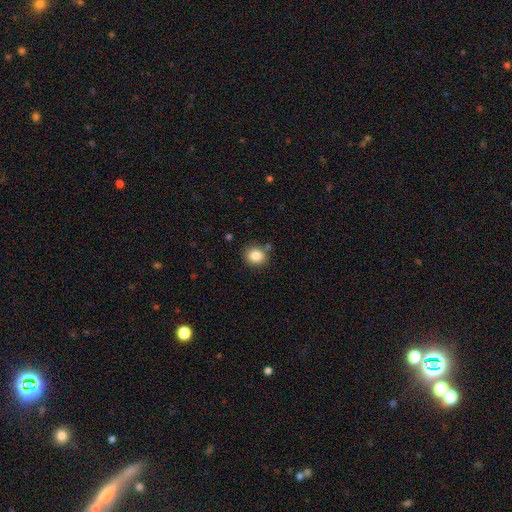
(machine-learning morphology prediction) A smooth galaxy with no disk features (84%) that is round (74%).

Vote fractions:
- Smooth or featured? smooth: 84% / star or artifact: 10% / featured or disk: 6%
- How rounded? round: 74% / in between: 26% / cigar-shaped: 1%
- Merging? none: 80% / minor disturbance: 12% / merger: 6% / major disturbance: 3%